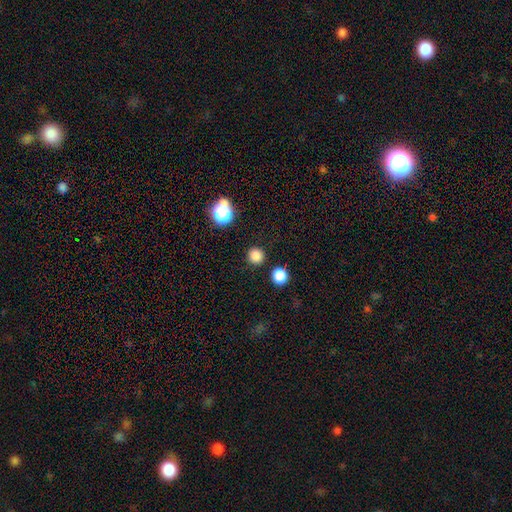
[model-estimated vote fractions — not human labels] Smooth or featured: smooth — 82% (star or artifact — 15%)
How rounded: round — 95% (in between — 4%)
Merging: none — 90% (minor disturbance — 5%)